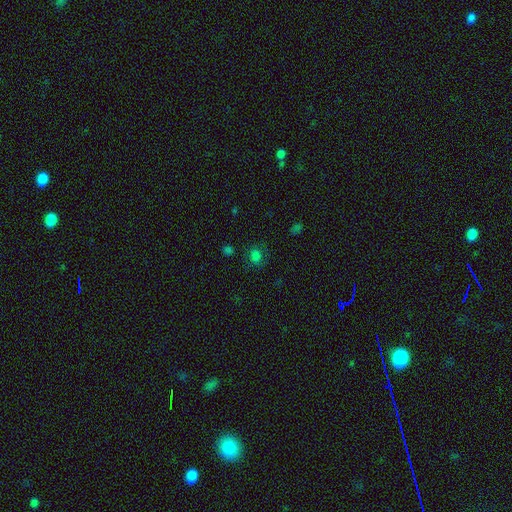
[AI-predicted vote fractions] Smooth or featured?
  - smooth: 72% *
  - star or artifact: 21%
  - featured or disk: 8%
How rounded?
  - round: 65% *
  - in between: 34%
  - cigar-shaped: 1%
Merging?
  - none: 74% *
  - minor disturbance: 16%
  - major disturbance: 7%
  - merger: 2%